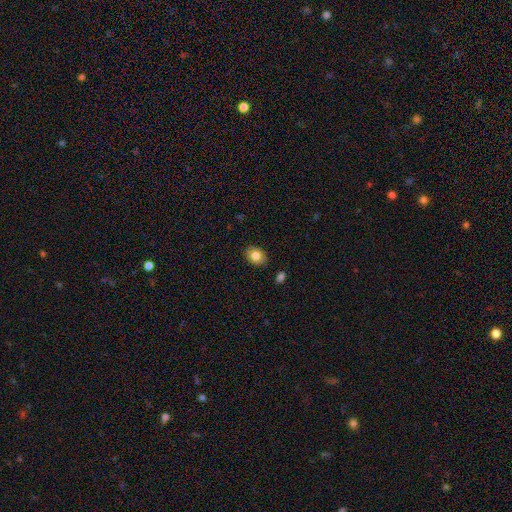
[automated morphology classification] Smooth or featured: smooth — 80% (featured or disk — 12%)
How rounded: in between — 62% (round — 37%)
Merging: none — 87% (minor disturbance — 10%)